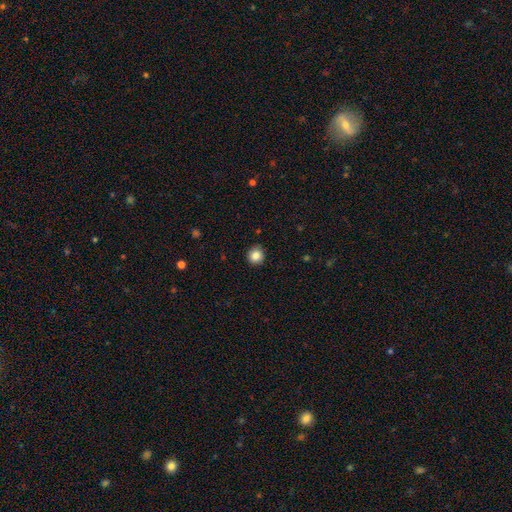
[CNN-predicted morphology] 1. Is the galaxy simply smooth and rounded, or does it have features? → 84% smooth, 10% star or artifact, 5% featured or disk.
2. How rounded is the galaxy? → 91% round, 8% in between, 1% cigar-shaped.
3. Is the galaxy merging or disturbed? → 89% none, 8% minor disturbance, 2% major disturbance, 1% merger.